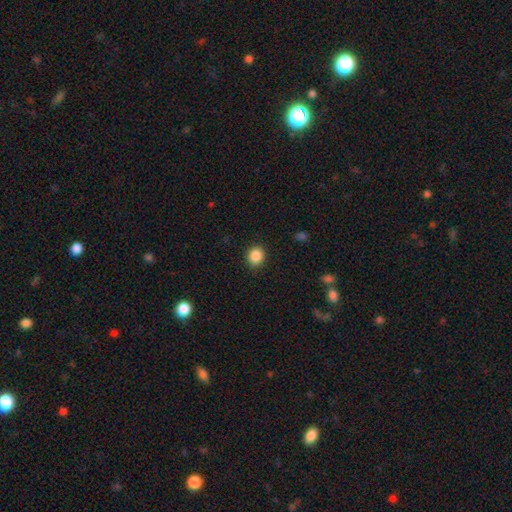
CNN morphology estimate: Q: Smooth or featured?
A: smooth (87%); runner-up: star or artifact (9%)
Q: How rounded?
A: round (75%); runner-up: in between (24%)
Q: Merging?
A: none (90%); runner-up: minor disturbance (7%)